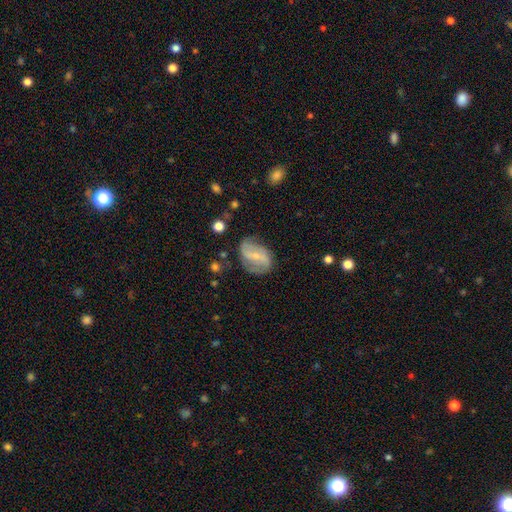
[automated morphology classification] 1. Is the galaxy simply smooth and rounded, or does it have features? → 70% featured or disk, 23% smooth, 7% star or artifact.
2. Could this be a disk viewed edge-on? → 96% no, 4% yes.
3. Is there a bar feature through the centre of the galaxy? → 41% strong, 40% weak, 20% no.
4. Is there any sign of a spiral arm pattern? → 82% yes, 18% no.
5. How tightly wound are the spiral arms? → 40% loose, 39% medium, 21% tight.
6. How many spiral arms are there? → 80% 2, 12% can't tell, 3% 1, 2% 3, 1% 4, 1% more than 4.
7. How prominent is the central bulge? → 66% small, 27% moderate, 5% none, 1% large, 1% dominant.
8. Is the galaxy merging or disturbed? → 64% none, 23% minor disturbance, 10% major disturbance, 2% merger.